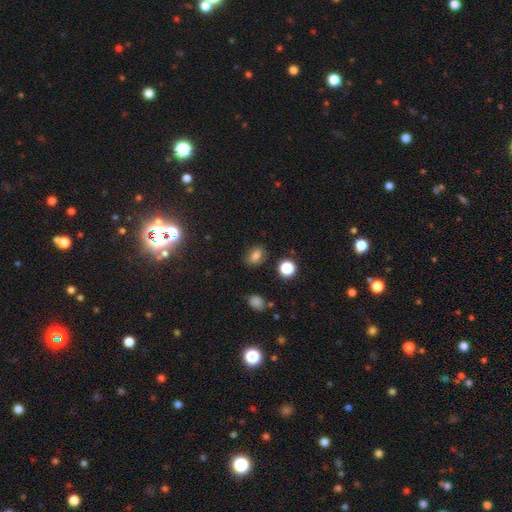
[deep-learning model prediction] This is likely a smooth galaxy (75%). How rounded: likely in between (68%). Merging: likely none (78%).